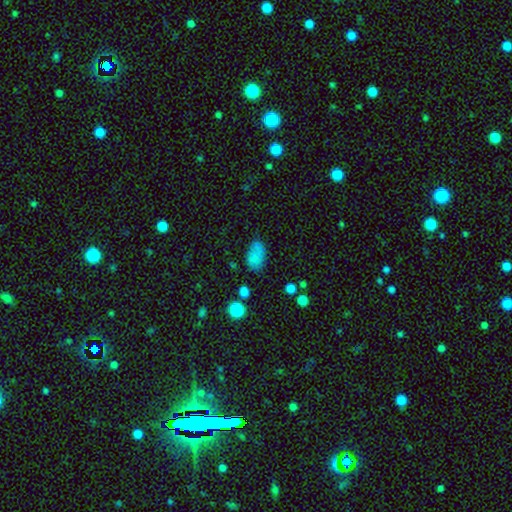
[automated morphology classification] The model was most divided on "merging": none: 65%, minor disturbance: 23%, major disturbance: 8%, merger: 5%. More confident: how rounded — in between (89%); smooth or featured — smooth (78%).